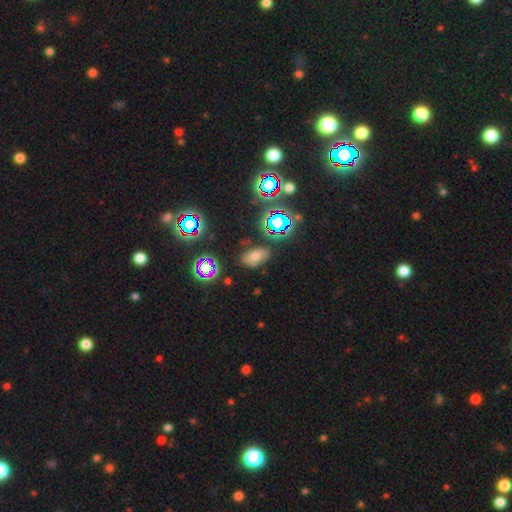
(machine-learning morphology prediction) Smooth or featured? smooth (54%)
How rounded? in between (87%)
Merging? none (77%)